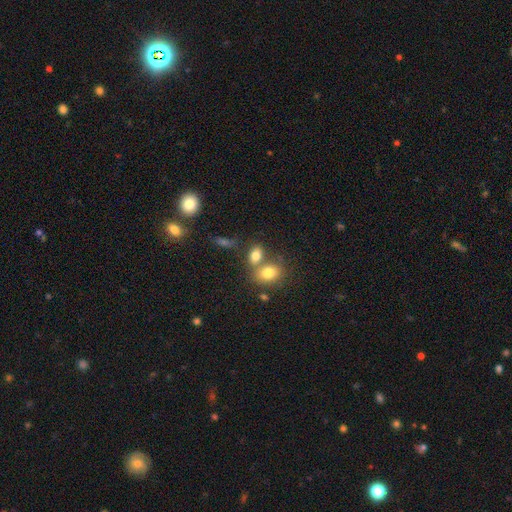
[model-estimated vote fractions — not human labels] smooth_or_featured: smooth (p=0.77) [alt: featured or disk p=0.12]
how_rounded: in between (p=0.72) [alt: round p=0.26]
merging: merger (p=0.45) [alt: none p=0.41]